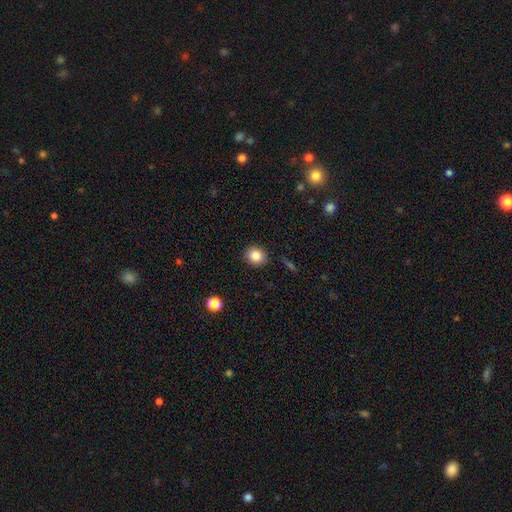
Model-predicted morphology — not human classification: This appears to be a smooth galaxy with no disk features (84%) that is round (77%). Merging: none (89%).